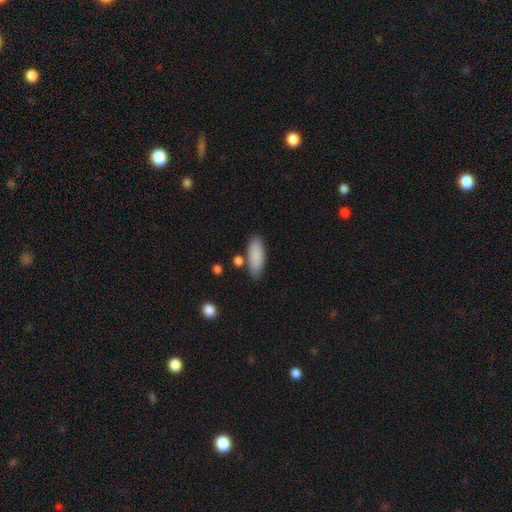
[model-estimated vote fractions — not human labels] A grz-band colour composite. It shows a smooth galaxy with no disk features (87%) that is in between round and cigar-shaped (73%). Merging: none (76%).